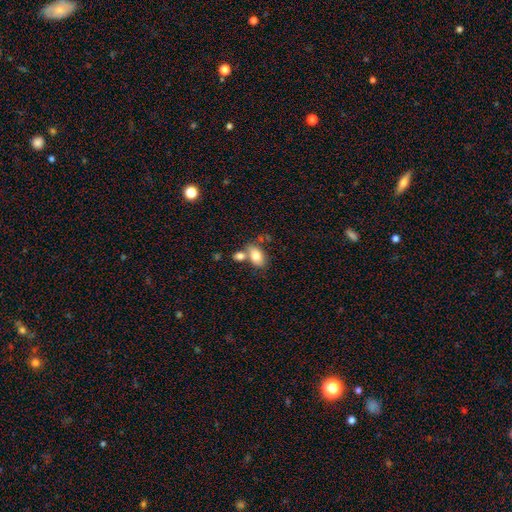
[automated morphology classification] Overall: smooth (79%). How rounded: in between (89%). Merging: none (46%; merger 36%).